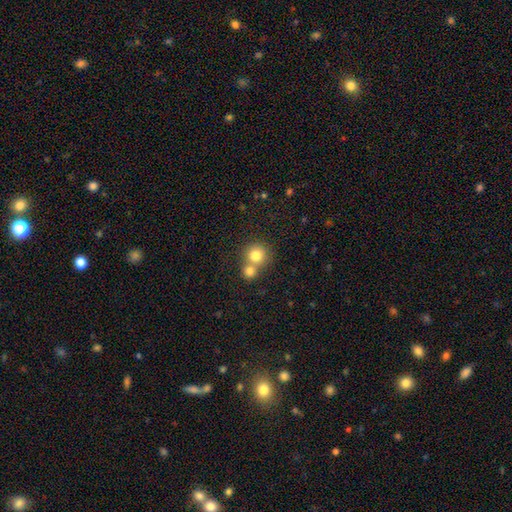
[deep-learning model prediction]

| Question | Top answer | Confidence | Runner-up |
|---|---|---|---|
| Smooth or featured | smooth | 79% | star or artifact (11%) |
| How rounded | round | 90% | in between (9%) |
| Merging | merger | 46% | tied: none (46%) |